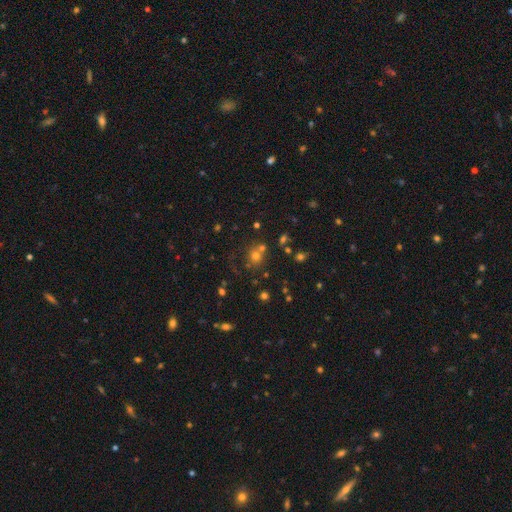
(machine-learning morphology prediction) The model was most divided on "merging": none: 57%, merger: 28%, minor disturbance: 10%, major disturbance: 5%. More confident: how rounded — round (82%); smooth or featured — smooth (62%).